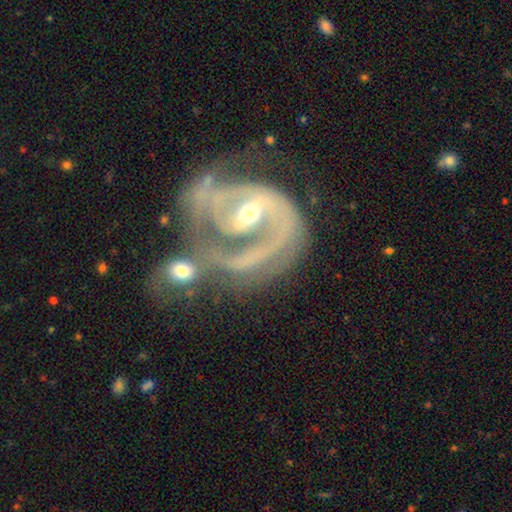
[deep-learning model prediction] A featured or disk galaxy (89%) with a strong bar (41%), 2 (61%) medium (42%, tied with tight) spiral arms (91%) and a moderate central bulge (51%).

Vote fractions:
- Smooth or featured? featured or disk: 89% / smooth: 6% / star or artifact: 5%
- Edge-on disk? no: 97% / yes: 3%
- Bar? strong: 41% / weak: 38% / no: 21%
- Spiral arms? yes: 91% / no: 9%
- Spiral winding? medium: 42% (tied) / tight: 42% (tied) / loose: 15%
- Spiral arm count? 2: 61% / 1: 17% / can't tell: 12% / 3: 6% / 4: 2% / more than 4: 2%
- Bulge size? moderate: 51% / small: 44% / large: 3% / none: 1% / dominant: 1%
- Merging? merger: 32% / none: 28% / major disturbance: 23% / minor disturbance: 16%